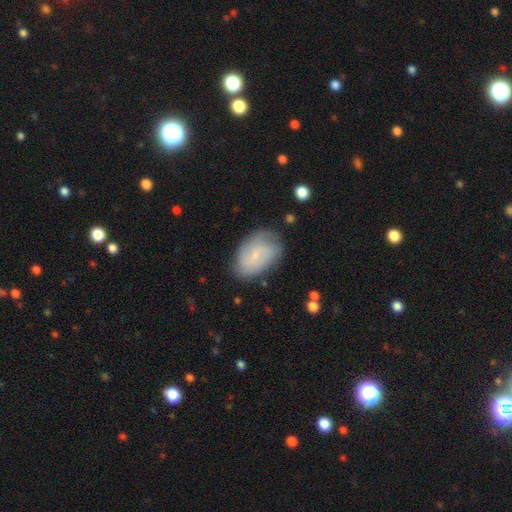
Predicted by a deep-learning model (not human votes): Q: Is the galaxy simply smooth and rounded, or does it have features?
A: featured or disk — 49%.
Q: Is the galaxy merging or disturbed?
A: none — 68%.